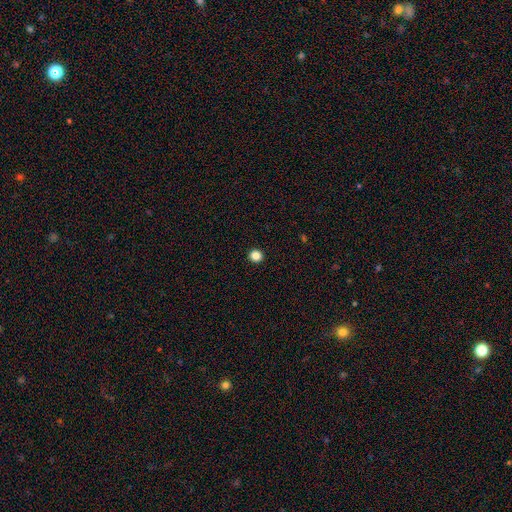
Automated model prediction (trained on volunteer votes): A smooth galaxy with no disk features (86%) that is round (92%). Merging: none (94%).